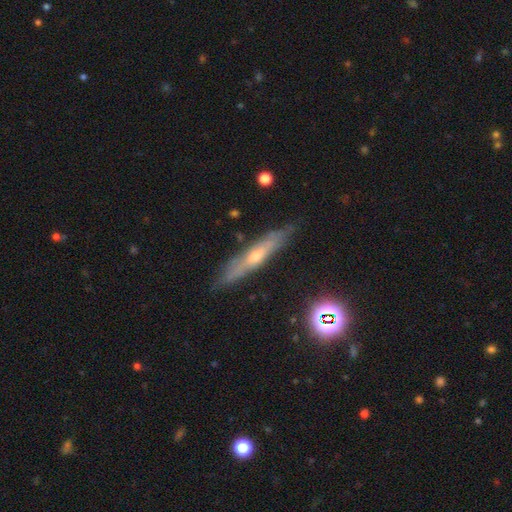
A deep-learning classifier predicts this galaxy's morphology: smooth_or_featured: featured or disk (p=0.63) [alt: smooth p=0.29]
disk_edge_on: yes (p=0.76) [alt: no p=0.24]
merging: none (p=0.80) [alt: minor disturbance p=0.15]